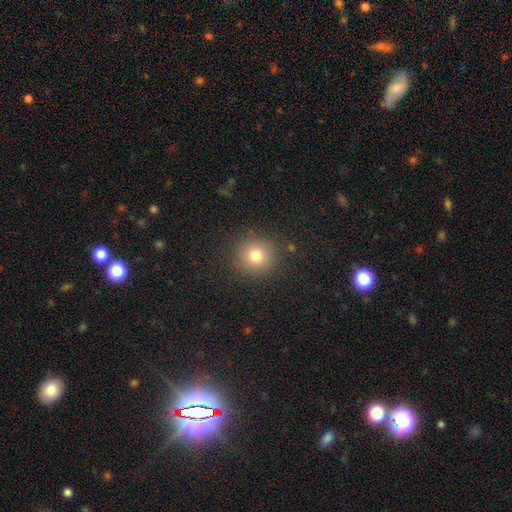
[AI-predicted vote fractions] Smooth or featured?
  - smooth: 79% *
  - star or artifact: 13%
  - featured or disk: 8%
How rounded?
  - round: 92% *
  - in between: 7%
  - cigar-shaped: 1%
Merging?
  - none: 89% *
  - minor disturbance: 7%
  - major disturbance: 3%
  - merger: 1%